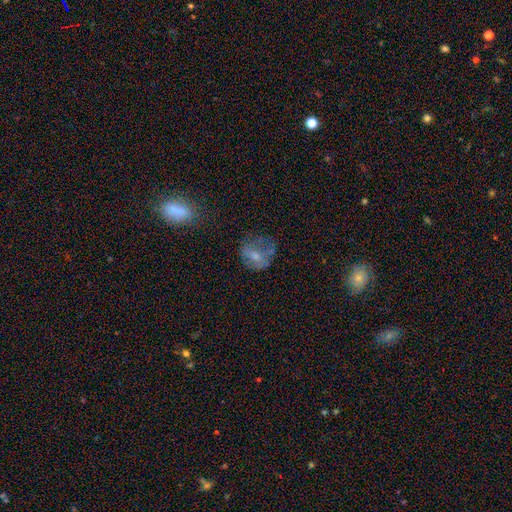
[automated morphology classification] Smooth or featured?
  - smooth: 50% *
  - featured or disk: 37%
  - star or artifact: 13%
How rounded?
  - round: 59% *
  - in between: 40%
  - cigar-shaped: 2%
Merging?
  - none: 44% *
  - major disturbance: 29%
  - minor disturbance: 24%
  - merger: 3%